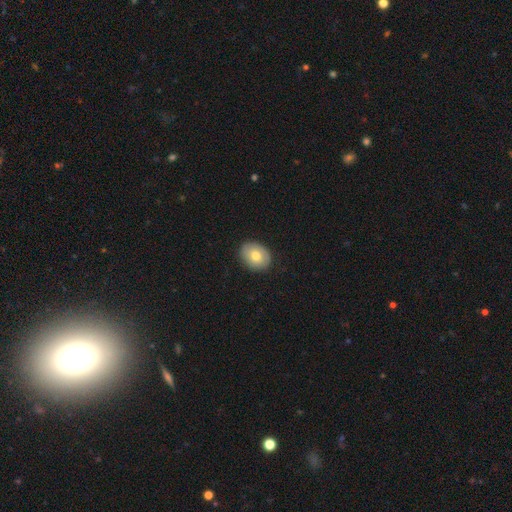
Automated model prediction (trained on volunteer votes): This appears to be a smooth galaxy with no disk features (73%) that is in between round and cigar-shaped (56%). Merging: none (87%).